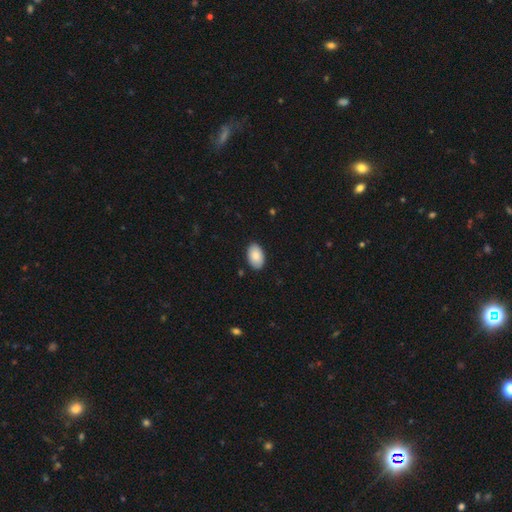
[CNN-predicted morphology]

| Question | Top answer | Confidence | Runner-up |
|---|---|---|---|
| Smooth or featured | smooth | 88% | star or artifact (6%) |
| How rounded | in between | 93% | round (6%) |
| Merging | none | 89% | minor disturbance (9%) |